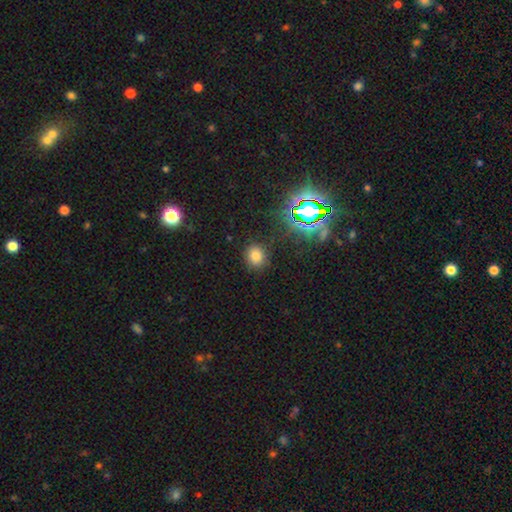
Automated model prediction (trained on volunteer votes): Q: Smooth or featured?
A: smooth (71%); runner-up: star or artifact (21%)
Q: How rounded?
A: round (72%); runner-up: in between (27%)
Q: Merging?
A: none (85%); runner-up: minor disturbance (10%)